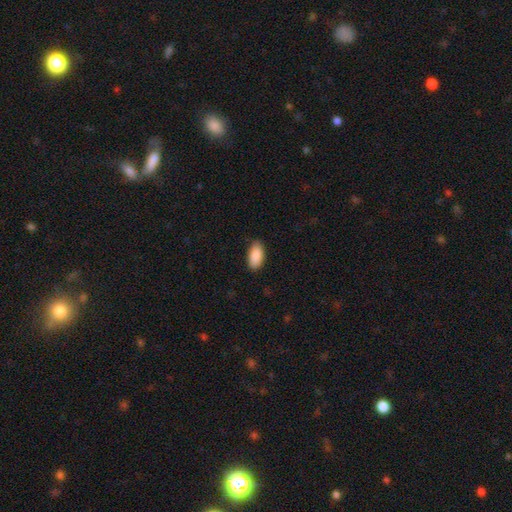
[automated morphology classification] smooth_or_featured: smooth (p=0.91) [alt: star or artifact p=0.06]
how_rounded: in between (p=0.94) [alt: cigar-shaped p=0.04]
merging: none (p=0.86) [alt: minor disturbance p=0.11]